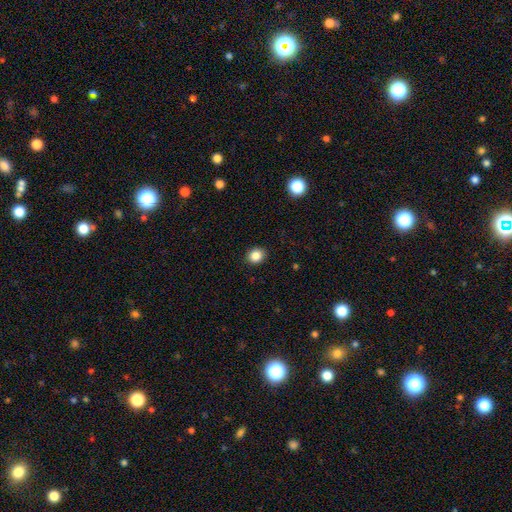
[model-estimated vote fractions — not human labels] Smooth or featured? smooth (85%)
How rounded? round (72%)
Merging? none (92%)